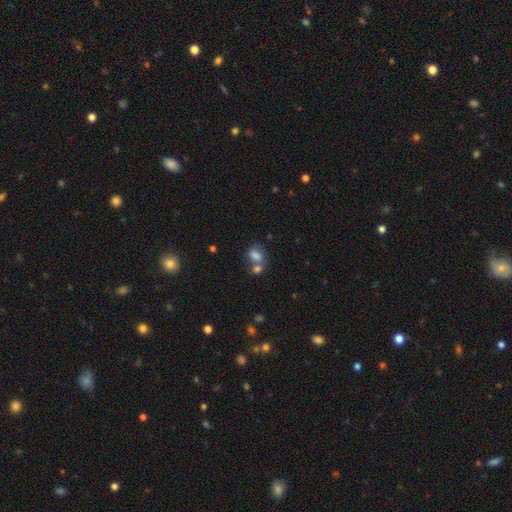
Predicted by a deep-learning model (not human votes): smooth-or-featured: smooth: 79% | star or artifact: 11% | featured or disk: 10%
  how-rounded: in between: 67% | round: 32% | cigar-shaped: 2%
  merging: merger: 47% | none: 38% | minor disturbance: 10% | major disturbance: 5%